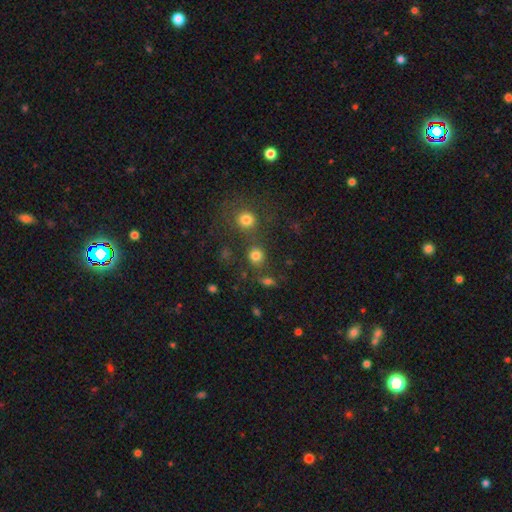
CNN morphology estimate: smooth-or-featured: smooth: 78% | star or artifact: 16% | featured or disk: 7%
  how-rounded: round: 84% | in between: 14% | cigar-shaped: 1%
  merging: none: 68% | merger: 19% | minor disturbance: 9% | major disturbance: 5%